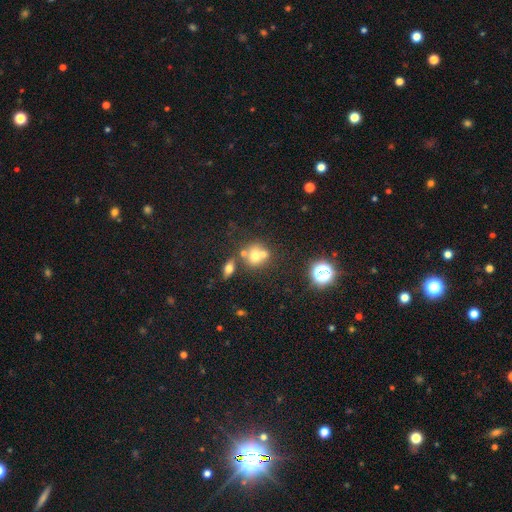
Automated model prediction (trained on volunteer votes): Overall: smooth (63%). How rounded: round (74%). Merging: merger (45%; none 41%).